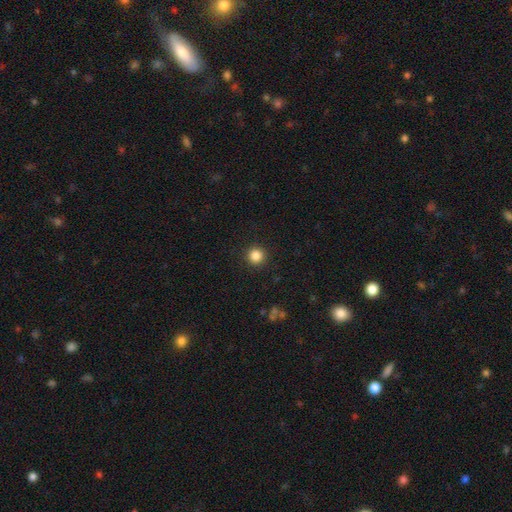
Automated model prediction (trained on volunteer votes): Smooth or featured?
  - smooth: 85% *
  - star or artifact: 11%
  - featured or disk: 4%
How rounded?
  - round: 95% *
  - in between: 4%
  - cigar-shaped: 1%
Merging?
  - none: 92% *
  - minor disturbance: 5%
  - major disturbance: 2%
  - merger: 1%